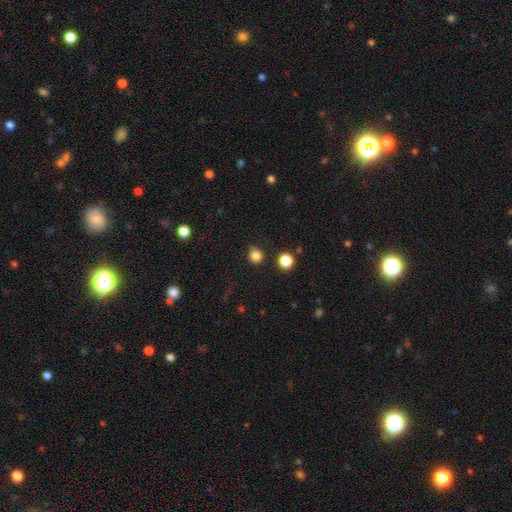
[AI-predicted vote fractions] Smooth or featured? smooth (83%)
How rounded? round (89%)
Merging? none (77%)